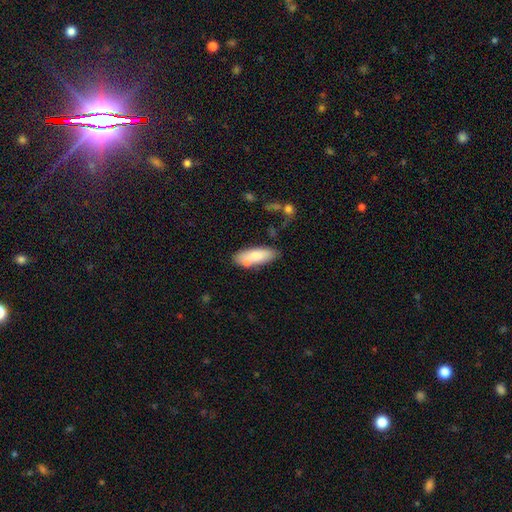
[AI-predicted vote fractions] A smooth galaxy with no disk features (79%) that is in between round and cigar-shaped (66%). Merging: none (68%).